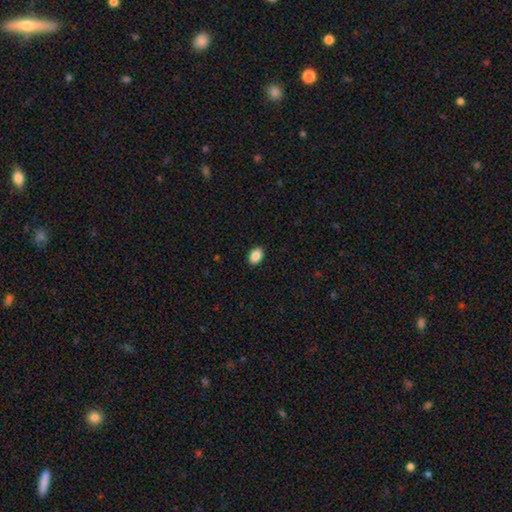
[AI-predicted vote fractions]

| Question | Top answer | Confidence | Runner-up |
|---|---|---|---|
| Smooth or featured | smooth | 88% | star or artifact (8%) |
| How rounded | in between | 82% | round (17%) |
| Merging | none | 90% | minor disturbance (7%) |